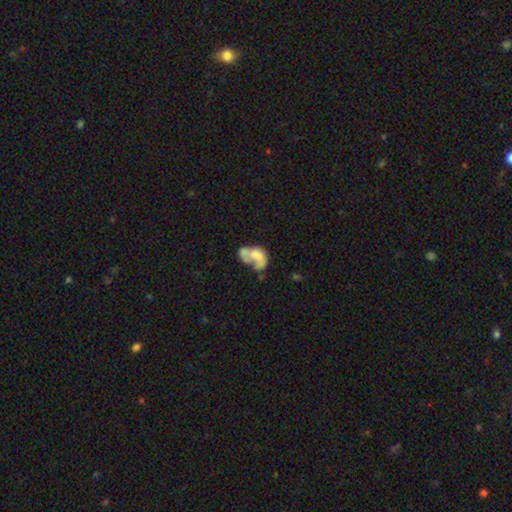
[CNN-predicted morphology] A featured or disk galaxy (47%). Merging: merger (46%).